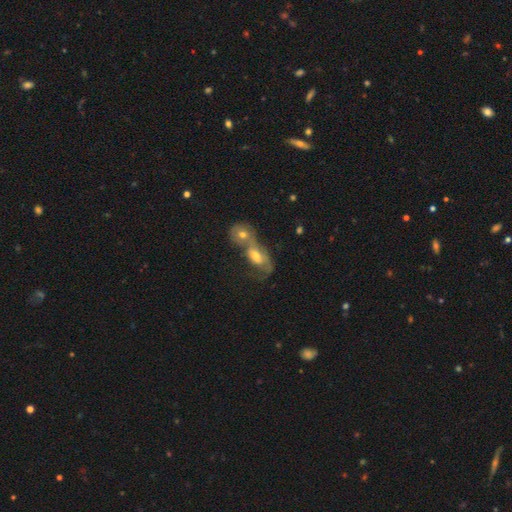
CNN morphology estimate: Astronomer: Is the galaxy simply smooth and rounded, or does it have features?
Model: featured or disk — 46% (runner-up: smooth, 44%).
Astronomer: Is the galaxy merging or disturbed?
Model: merger — 74%.